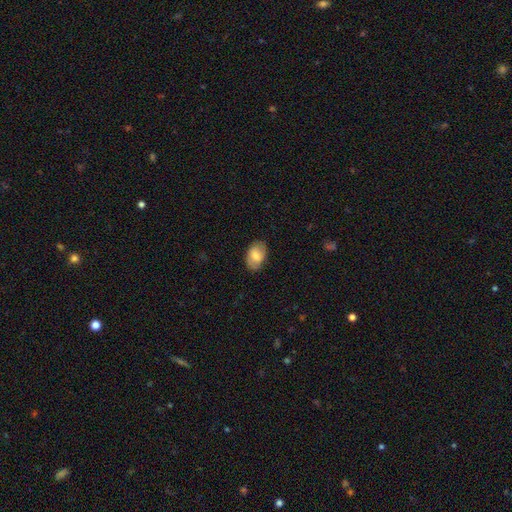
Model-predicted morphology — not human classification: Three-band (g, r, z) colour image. It shows a smooth galaxy with no disk features (75%) that is in between round and cigar-shaped (89%). Merging: none (82%).